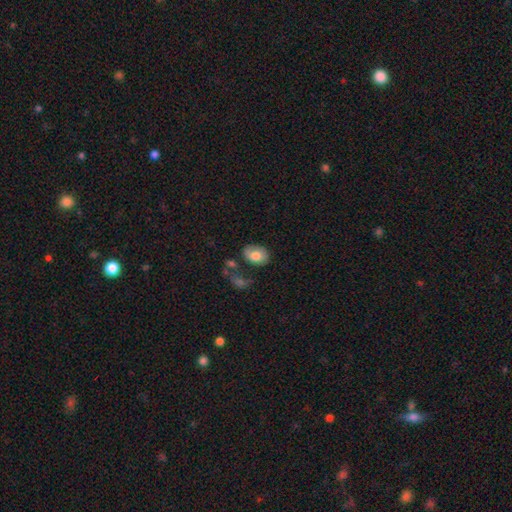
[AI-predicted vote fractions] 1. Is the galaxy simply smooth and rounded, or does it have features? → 74% smooth, 19% featured or disk, 7% star or artifact.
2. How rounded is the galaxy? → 78% in between, 21% round, 1% cigar-shaped.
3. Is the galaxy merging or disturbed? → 59% none, 22% minor disturbance, 10% major disturbance, 9% merger.